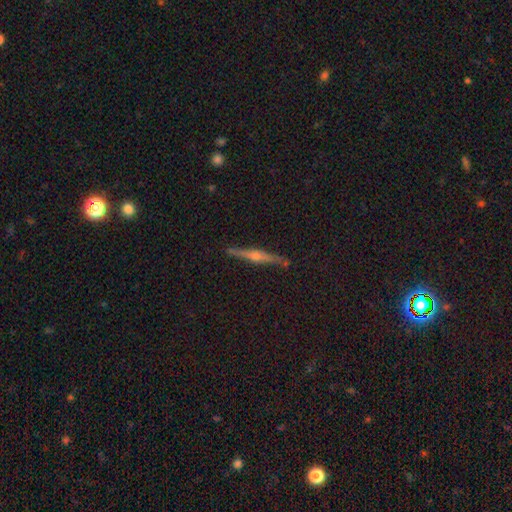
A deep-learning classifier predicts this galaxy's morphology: Smooth or featured: featured or disk — 77% (smooth — 14%)
Edge-on disk: yes — 98% (no — 2%)
Edge-on bulge: rounded — 88% (boxy — 6%)
Merging: none — 90% (minor disturbance — 7%)